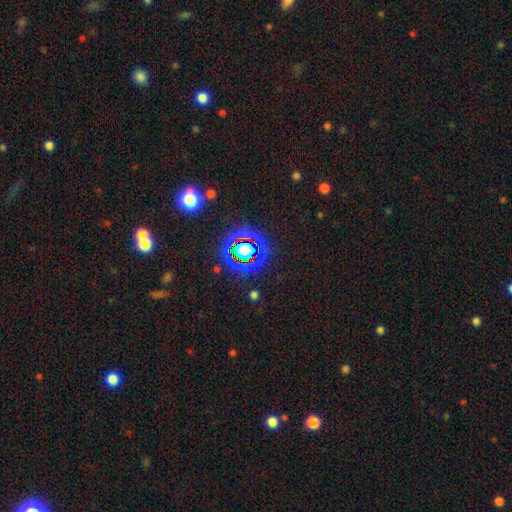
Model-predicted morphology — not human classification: Smooth or featured? Predicted: star or artifact (p=0.74).